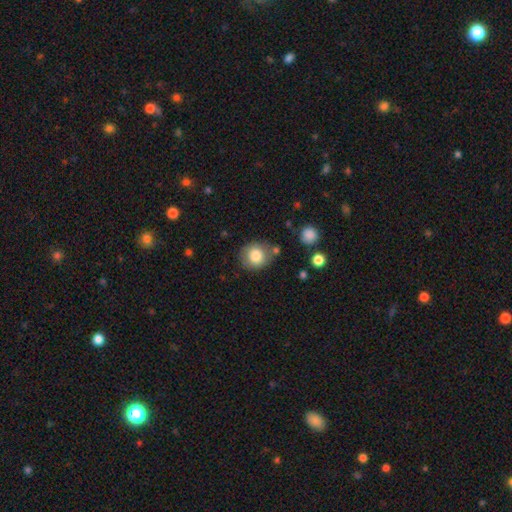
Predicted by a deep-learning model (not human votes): A smooth galaxy with no disk features (81%) that is round (83%). Merging: none (73%).